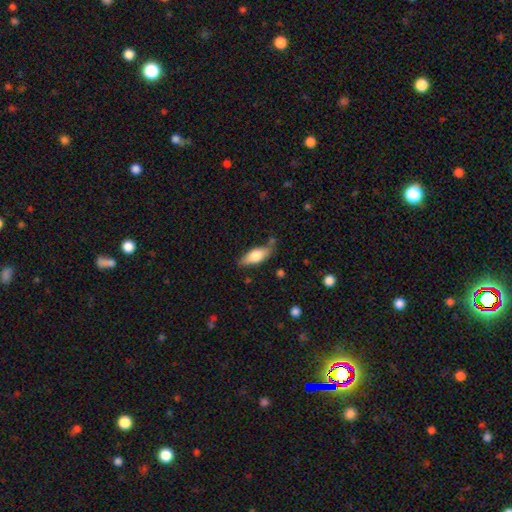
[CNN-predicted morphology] smooth 67%, featured or disk 27%, star or artifact 6%. Down the decision tree: how rounded — in between (74%); merging — none (68%).